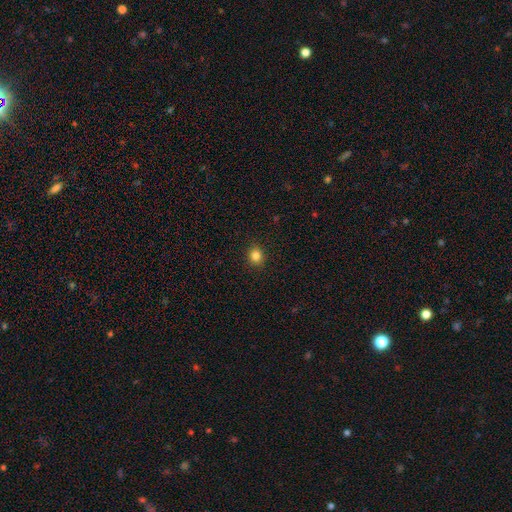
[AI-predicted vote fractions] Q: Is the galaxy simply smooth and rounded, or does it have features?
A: smooth — 84%.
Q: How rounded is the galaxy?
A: round — 74%.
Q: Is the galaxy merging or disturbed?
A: none — 90%.